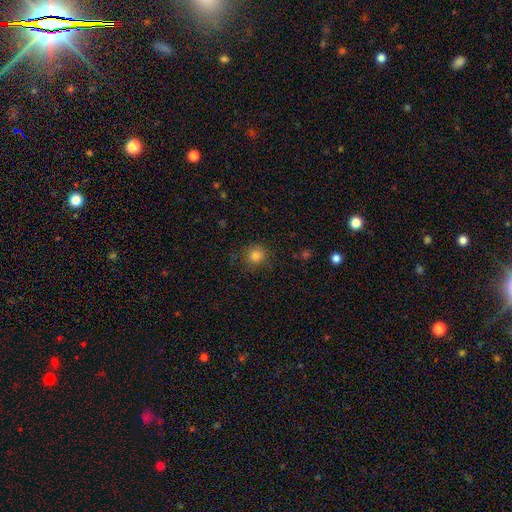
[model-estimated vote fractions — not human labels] Smooth or featured? Predicted: smooth (p=0.83). How rounded? Predicted: round (p=0.89). Merging? Predicted: none (p=0.86).